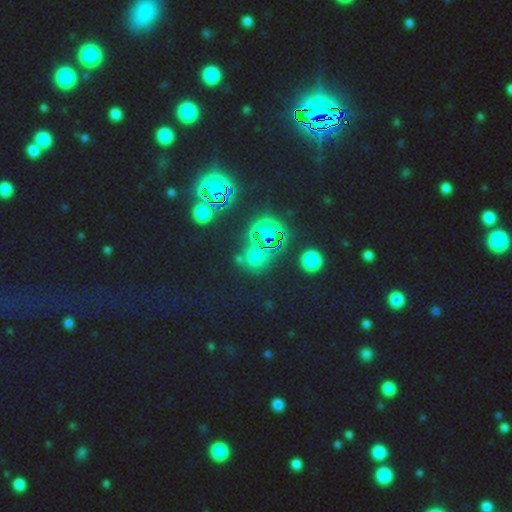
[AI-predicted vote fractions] Smooth or featured? Predicted: star or artifact (p=0.54).